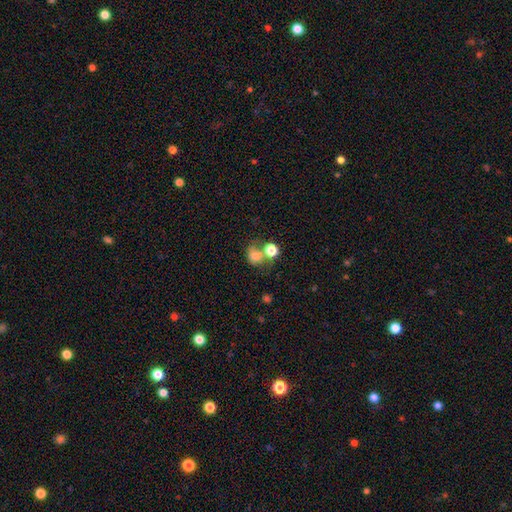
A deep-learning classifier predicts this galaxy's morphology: A smooth galaxy with no disk features (73%) that is round (65%). Merging: merger (45%).